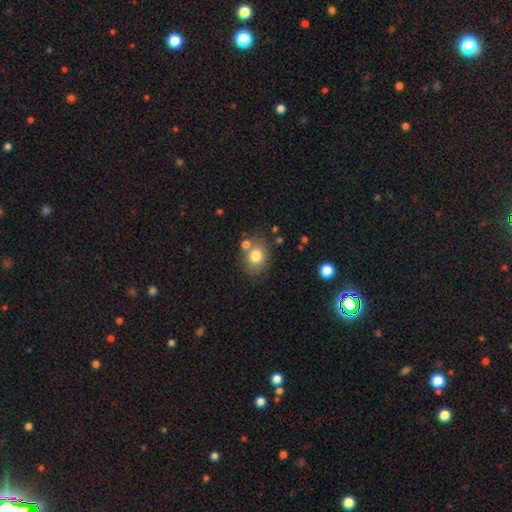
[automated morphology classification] Smooth or featured?
  - smooth: 79% *
  - featured or disk: 11%
  - star or artifact: 11%
How rounded?
  - round: 50% *
  - in between: 49%
  - cigar-shaped: 1%
Merging?
  - none: 68% *
  - merger: 14%
  - minor disturbance: 13%
  - major disturbance: 4%